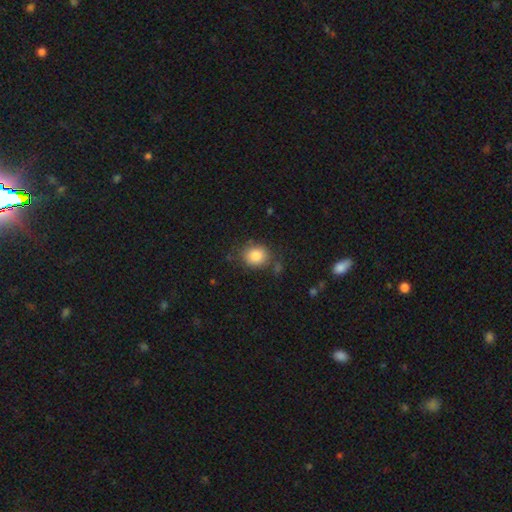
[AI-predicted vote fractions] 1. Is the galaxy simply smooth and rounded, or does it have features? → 85% smooth, 9% star or artifact, 6% featured or disk.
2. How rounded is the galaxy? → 71% round, 28% in between, 1% cigar-shaped.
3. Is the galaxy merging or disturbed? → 75% none, 15% minor disturbance, 5% major disturbance, 4% merger.